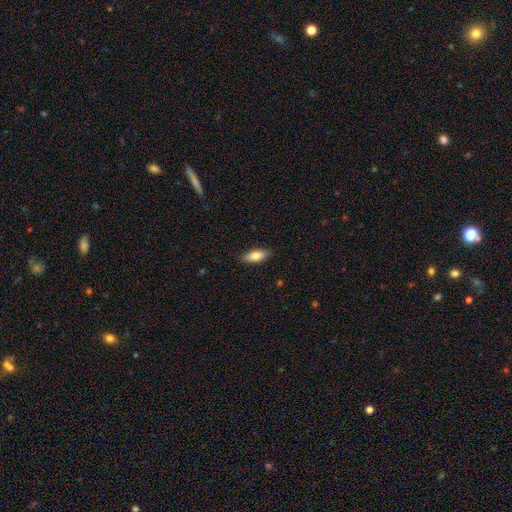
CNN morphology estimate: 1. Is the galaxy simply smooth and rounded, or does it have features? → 80% smooth, 13% featured or disk, 7% star or artifact.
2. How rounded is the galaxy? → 81% in between, 16% cigar-shaped, 2% round.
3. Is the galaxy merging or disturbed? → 84% none, 13% minor disturbance, 2% major disturbance, 1% merger.